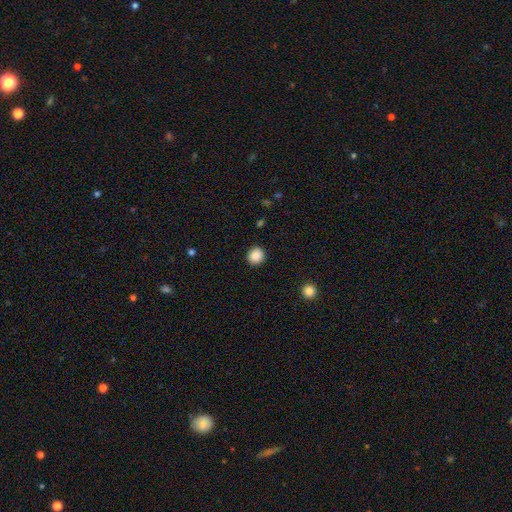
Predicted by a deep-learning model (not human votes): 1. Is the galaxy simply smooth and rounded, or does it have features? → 88% smooth, 9% star or artifact, 3% featured or disk.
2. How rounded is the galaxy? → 90% round, 9% in between, 1% cigar-shaped.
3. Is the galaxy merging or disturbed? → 92% none, 5% minor disturbance, 2% major disturbance, 1% merger.